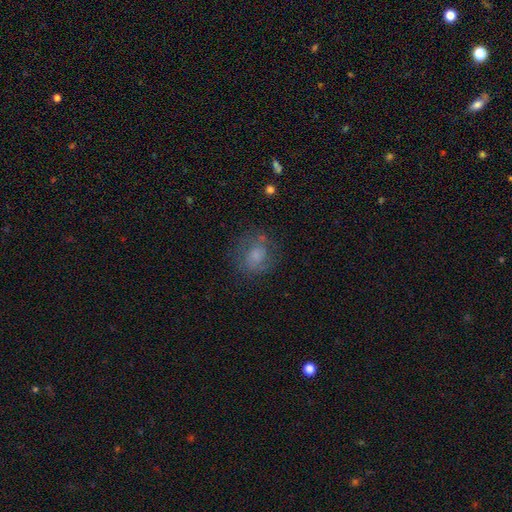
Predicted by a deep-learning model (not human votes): Smooth or featured? smooth (53%)
How rounded? round (68%)
Merging? none (63%)